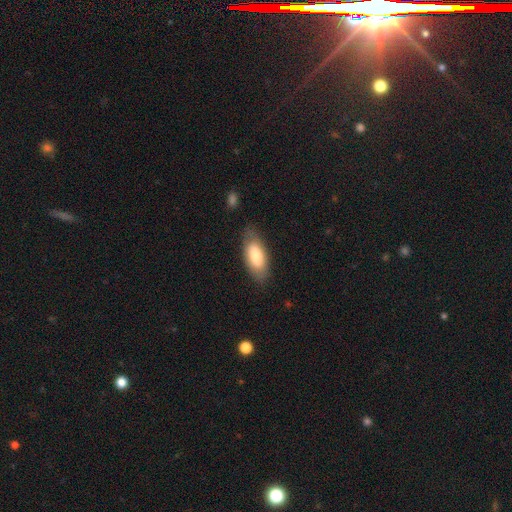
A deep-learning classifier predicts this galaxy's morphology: type=smooth (74%); roundness=in between (86%); merging=none (79%).